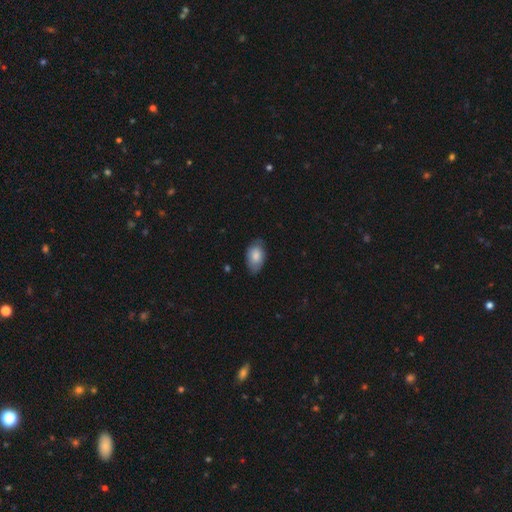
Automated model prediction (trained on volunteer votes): A smooth galaxy with no disk features (81%) that is in between round and cigar-shaped (93%).

Vote fractions:
- Smooth or featured? smooth: 81% / featured or disk: 12% / star or artifact: 6%
- How rounded? in between: 93% / round: 6% / cigar-shaped: 2%
- Merging? none: 72% / minor disturbance: 23% / major disturbance: 4% / merger: 1%